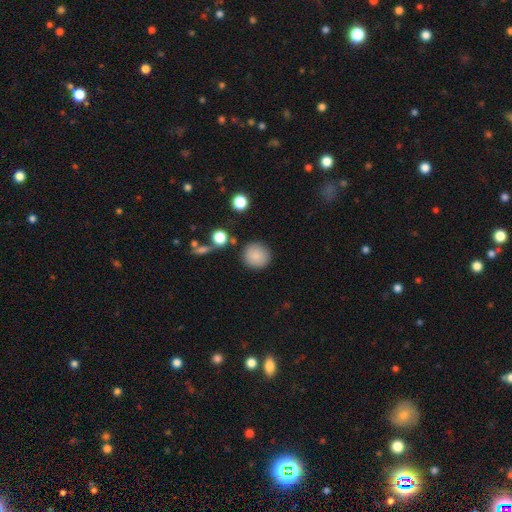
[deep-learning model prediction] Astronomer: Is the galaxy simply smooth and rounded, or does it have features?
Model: smooth — 85%.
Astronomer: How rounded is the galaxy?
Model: round — 91%.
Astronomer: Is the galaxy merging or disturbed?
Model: none — 86%.